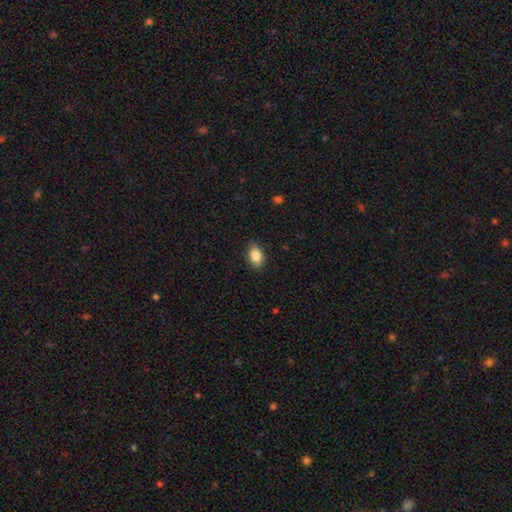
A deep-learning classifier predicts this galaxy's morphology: smooth-or-featured: smooth: 87% | star or artifact: 8% | featured or disk: 6%
  how-rounded: in between: 88% | round: 10% | cigar-shaped: 2%
  merging: none: 88% | minor disturbance: 9% | major disturbance: 2% | merger: 1%